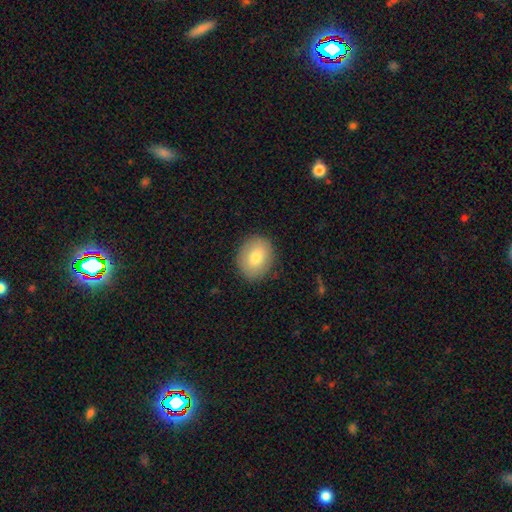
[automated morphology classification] Q: Smooth or featured?
A: smooth (77%); runner-up: featured or disk (15%)
Q: How rounded?
A: round (55%); runner-up: in between (44%)
Q: Merging?
A: none (88%); runner-up: minor disturbance (9%)